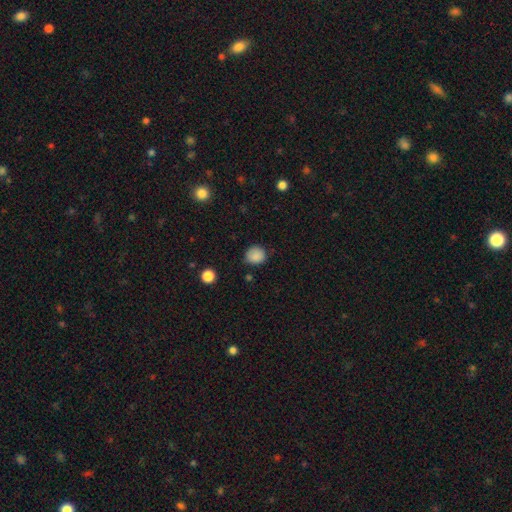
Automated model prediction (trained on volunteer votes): smooth 86%, star or artifact 10%, featured or disk 4%. Down the decision tree: how rounded — round (80%); merging — none (78%).